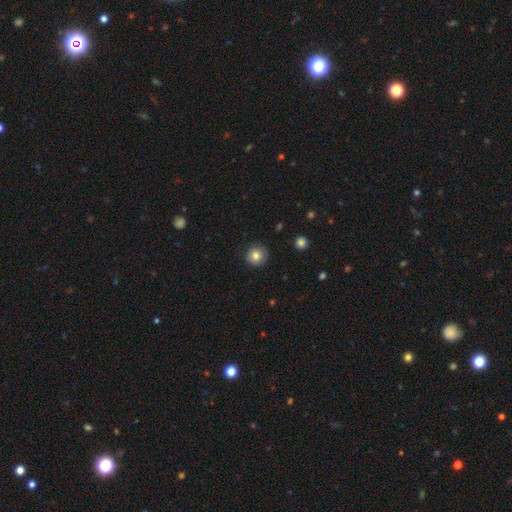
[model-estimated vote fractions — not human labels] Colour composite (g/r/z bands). It shows a smooth galaxy with no disk features (81%) that is round (92%). Merging: none (85%).